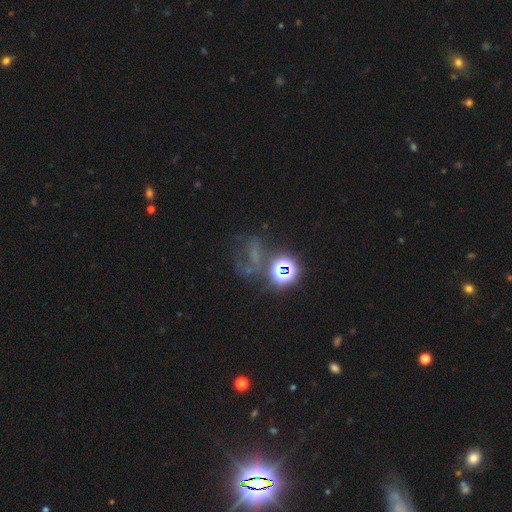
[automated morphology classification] smooth-or-featured: star or artifact: 53% | smooth: 25% | featured or disk: 22%